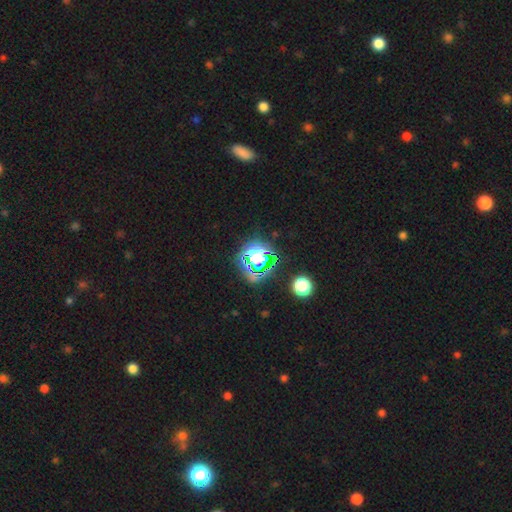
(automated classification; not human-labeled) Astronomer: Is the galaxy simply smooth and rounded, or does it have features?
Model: star or artifact — 61%.